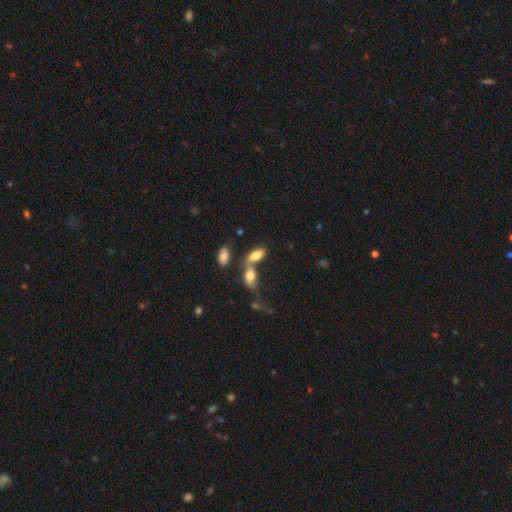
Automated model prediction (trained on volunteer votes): A smooth galaxy with no disk features (74%) that is in between round and cigar-shaped (83%).

Vote fractions:
- Smooth or featured? smooth: 74% / featured or disk: 17% / star or artifact: 9%
- How rounded? in between: 83% / cigar-shaped: 13% / round: 4%
- Merging? merger: 46% / none: 35% / minor disturbance: 12% / major disturbance: 8%